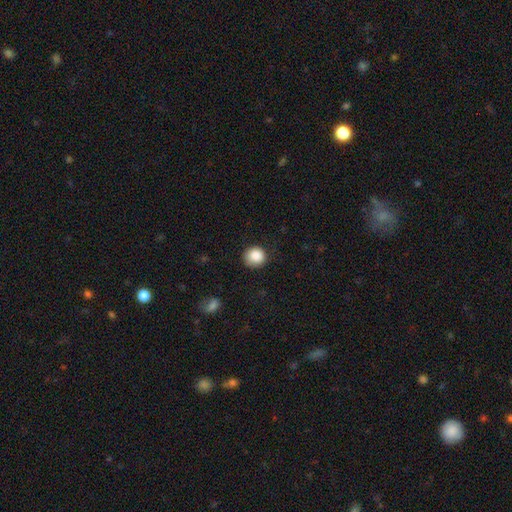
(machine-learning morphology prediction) A smooth galaxy with no disk features (87%) that is round (89%). Merging: none (81%).